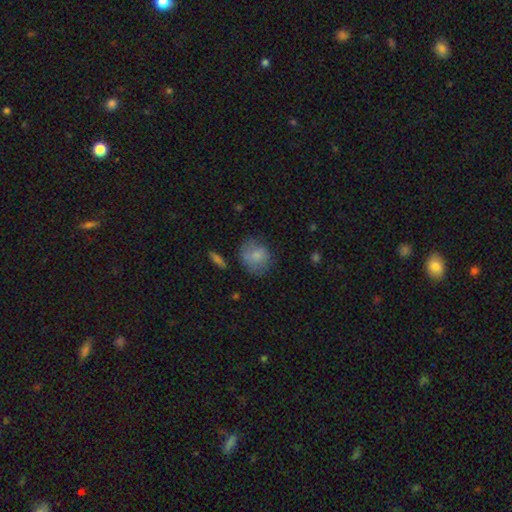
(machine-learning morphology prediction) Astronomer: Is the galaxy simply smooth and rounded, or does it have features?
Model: smooth — 77%.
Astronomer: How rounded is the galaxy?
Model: round — 70%.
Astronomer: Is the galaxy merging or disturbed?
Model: none — 62%.